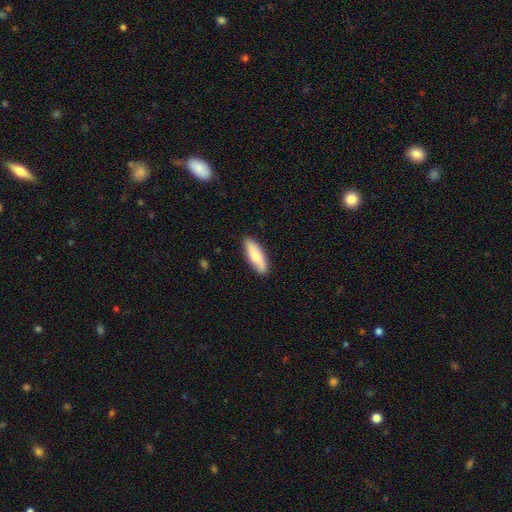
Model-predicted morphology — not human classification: Smooth or featured?
  - smooth: 78% *
  - featured or disk: 17%
  - star or artifact: 5%
How rounded?
  - in between: 60% *
  - cigar-shaped: 39%
  - round: 2%
Merging?
  - none: 87% *
  - minor disturbance: 10%
  - major disturbance: 2%
  - merger: 1%